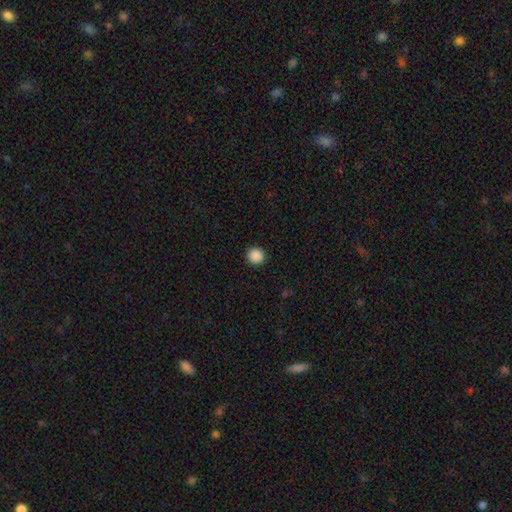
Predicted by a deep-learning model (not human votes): Smooth or featured? smooth (88%)
How rounded? round (94%)
Merging? none (93%)